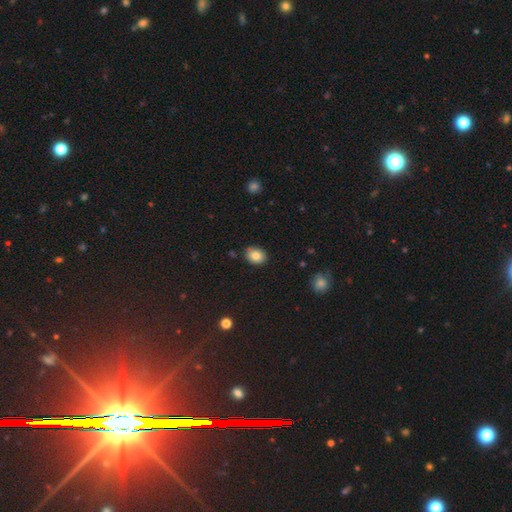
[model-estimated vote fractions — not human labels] smooth 84%, star or artifact 9%, featured or disk 7%. Down the decision tree: how rounded — in between (61%); merging — none (86%).